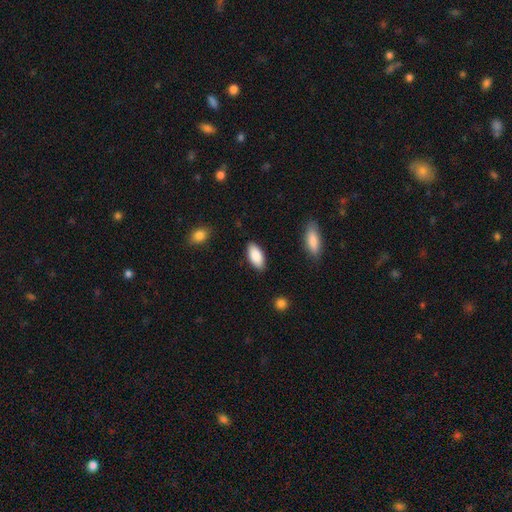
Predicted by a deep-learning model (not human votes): This appears to be a smooth galaxy with no disk features (88%) that is in between round and cigar-shaped (90%). Merging: none (87%).